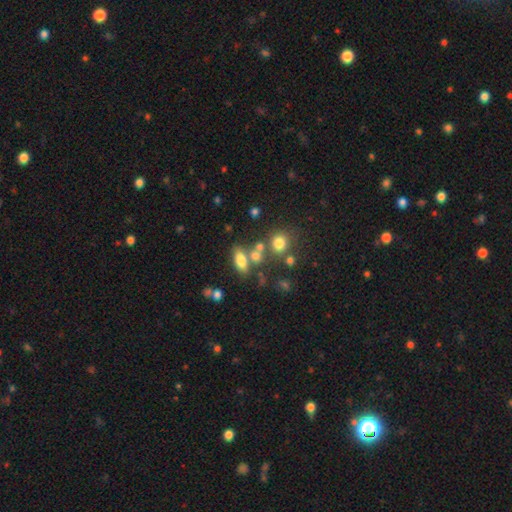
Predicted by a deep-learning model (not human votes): Q: Smooth or featured?
A: smooth (73%); runner-up: star or artifact (14%)
Q: How rounded?
A: in between (66%); runner-up: round (26%)
Q: Merging?
A: none (53%); runner-up: merger (29%)